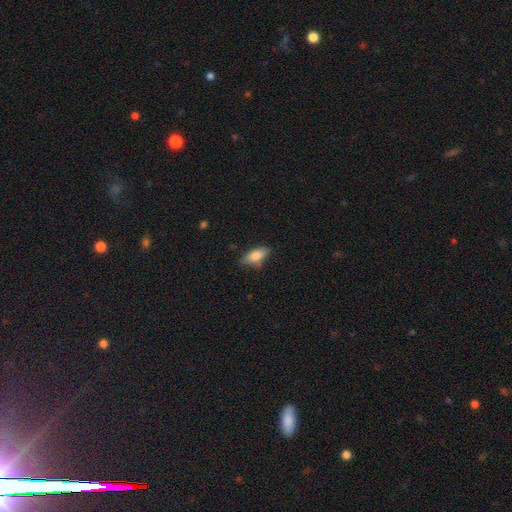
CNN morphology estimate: This appears to be a smooth galaxy with no disk features (79%) that is in between round and cigar-shaped (82%). Merging: none (74%).